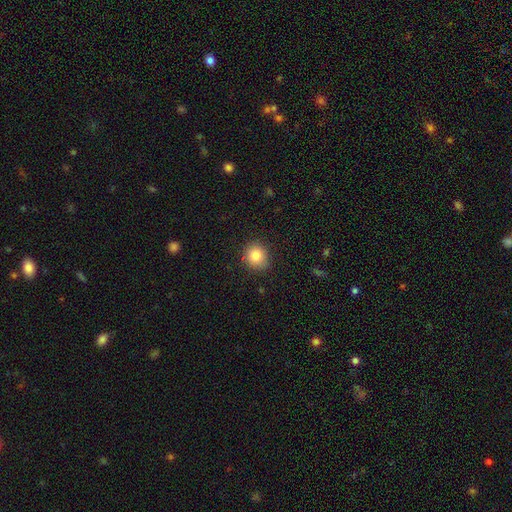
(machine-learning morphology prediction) The model was most divided on "how rounded": round: 83%, in between: 16%, cigar-shaped: 1%. More confident: merging — none (87%); smooth or featured — smooth (83%).